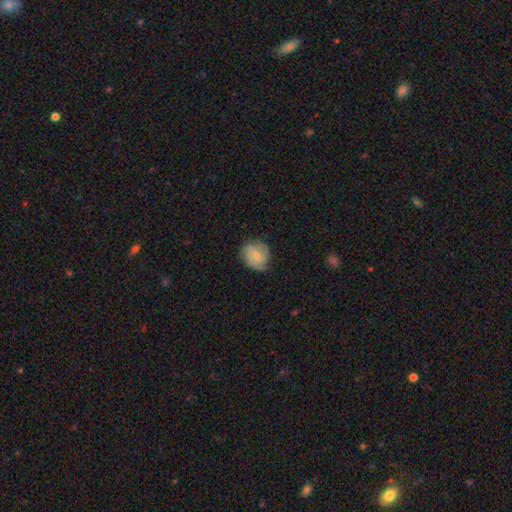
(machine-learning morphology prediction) Smooth or featured: featured or disk — 48% (smooth — 45%)
Merging: none — 70% (minor disturbance — 23%)